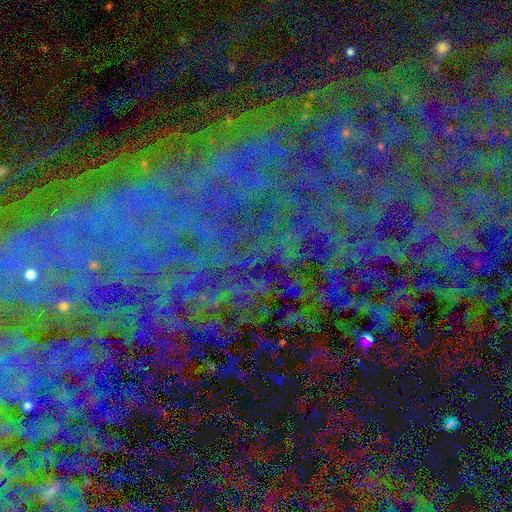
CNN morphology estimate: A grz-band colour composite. It shows a star or artifact, not a galaxy (82%).